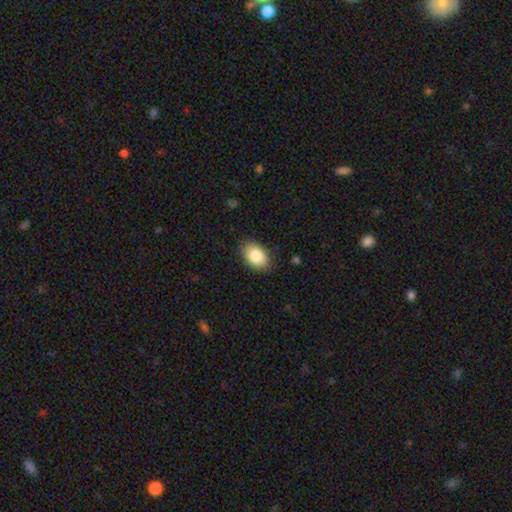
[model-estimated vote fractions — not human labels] This is clearly a smooth galaxy (84%). How rounded: clearly in between (87%). Merging: clearly none (85%).